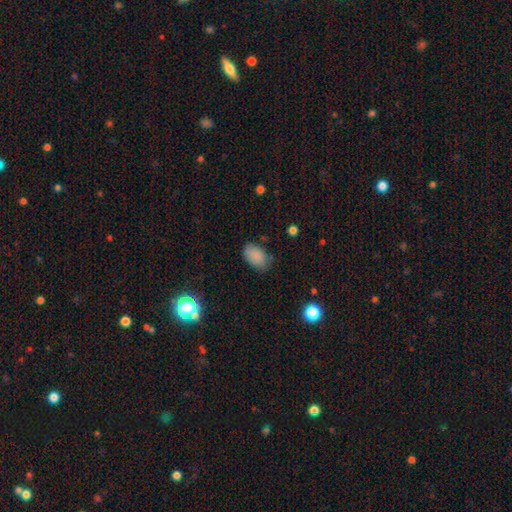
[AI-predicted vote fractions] A smooth galaxy with no disk features (86%) that is in between round and cigar-shaped (89%). Merging: none (72%).